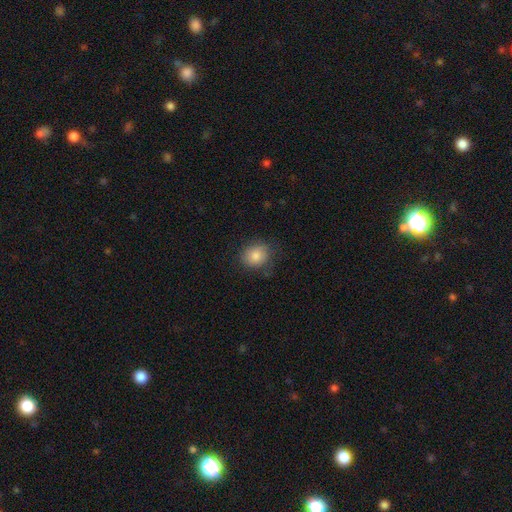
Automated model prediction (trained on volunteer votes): smooth_or_featured: smooth (p=0.83) [alt: star or artifact p=0.09]
how_rounded: round (p=0.68) [alt: in between p=0.31]
merging: none (p=0.78) [alt: minor disturbance p=0.16]